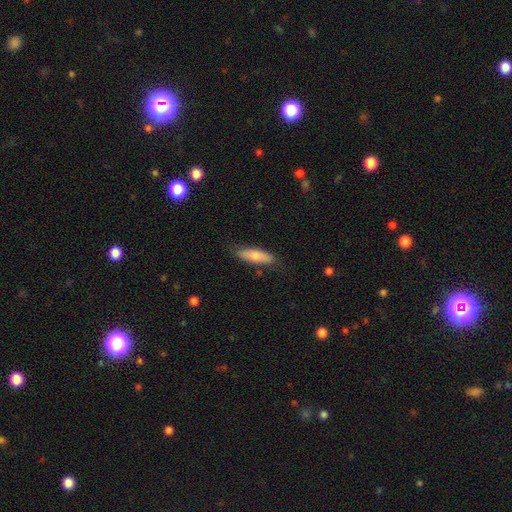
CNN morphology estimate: Overall: smooth (74%). How rounded: in between (50%; cigar-shaped 48%). Merging: none (79%).